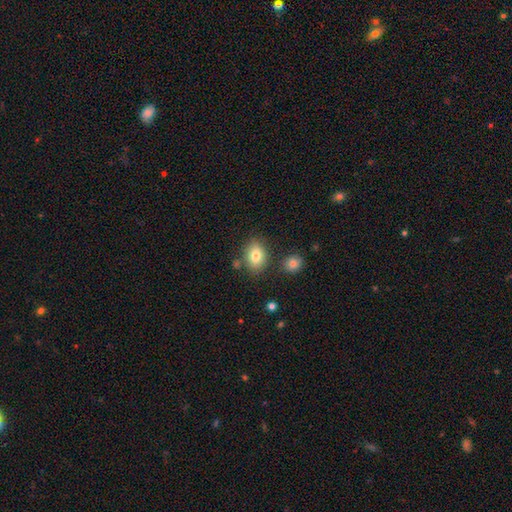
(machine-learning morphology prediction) This is likely a smooth galaxy (80%). How rounded: likely in between (75%). Merging: likely none (75%).